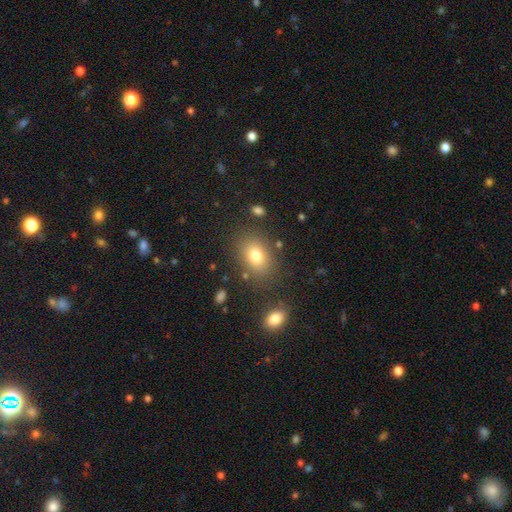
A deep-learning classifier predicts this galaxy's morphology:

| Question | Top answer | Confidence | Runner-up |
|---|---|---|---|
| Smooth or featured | smooth | 78% | star or artifact (12%) |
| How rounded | in between | 69% | round (30%) |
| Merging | none | 80% | minor disturbance (11%) |